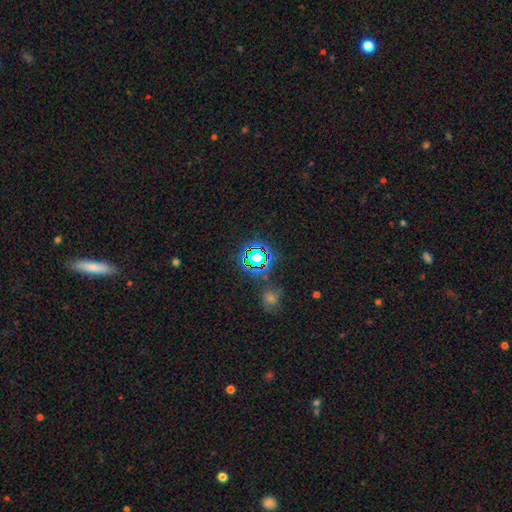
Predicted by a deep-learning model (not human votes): Overall: star or artifact (67%).